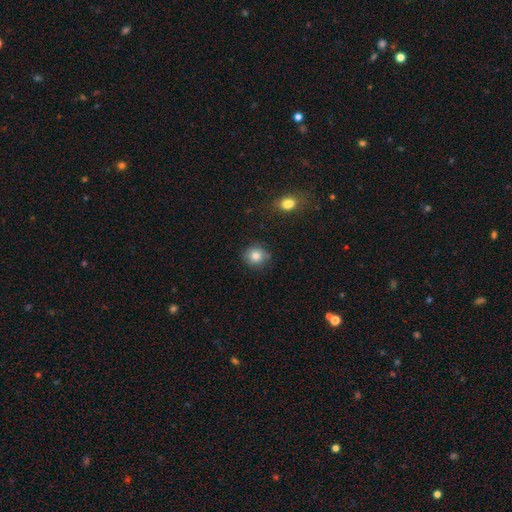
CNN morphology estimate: Smooth or featured? Predicted: smooth (p=0.83). How rounded? Predicted: round (p=0.86). Merging? Predicted: none (p=0.83).